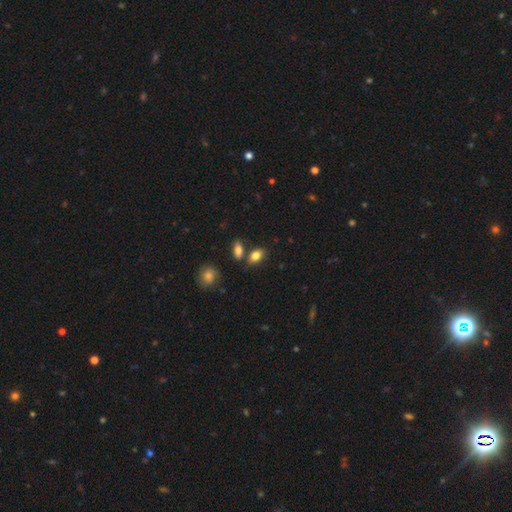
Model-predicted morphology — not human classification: A smooth galaxy with no disk features (82%) that is in between round and cigar-shaped (88%). Merging: none (71%).